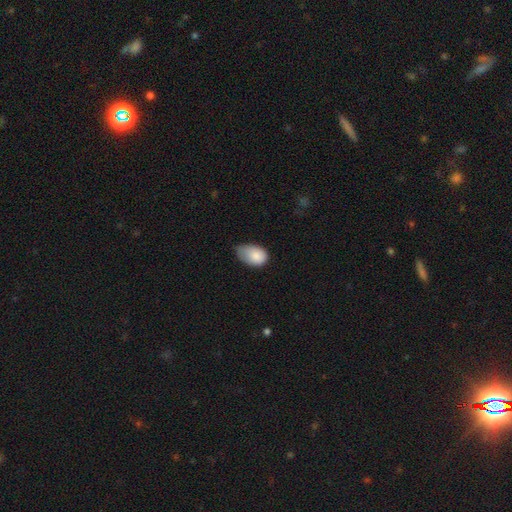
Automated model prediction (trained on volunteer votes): smooth_or_featured: smooth (p=0.84) [alt: featured or disk p=0.09]
how_rounded: in between (p=0.84) [alt: round p=0.15]
merging: minor disturbance (p=0.55) [alt: none p=0.27]